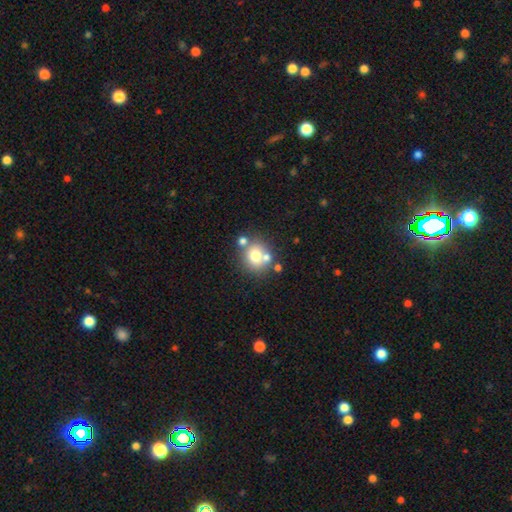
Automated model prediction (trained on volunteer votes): Smooth or featured: smooth — 68% (featured or disk — 19%)
How rounded: round — 83% (in between — 16%)
Merging: none — 60% (merger — 25%)